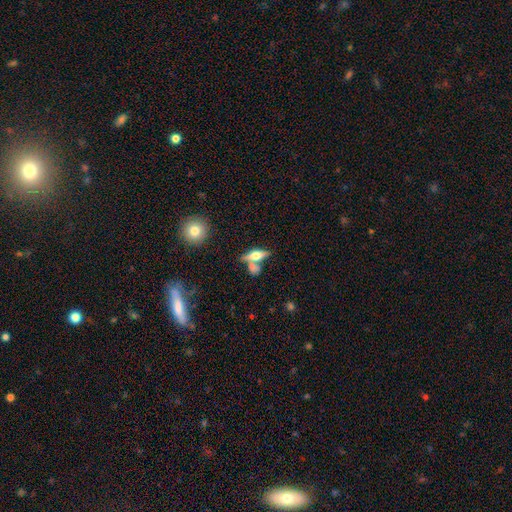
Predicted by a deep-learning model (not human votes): The model was most divided on "smooth or featured": featured or disk: 51%, smooth: 41%, star or artifact: 8%. More confident: edge-on disk — yes (89%); merging — none (56%).